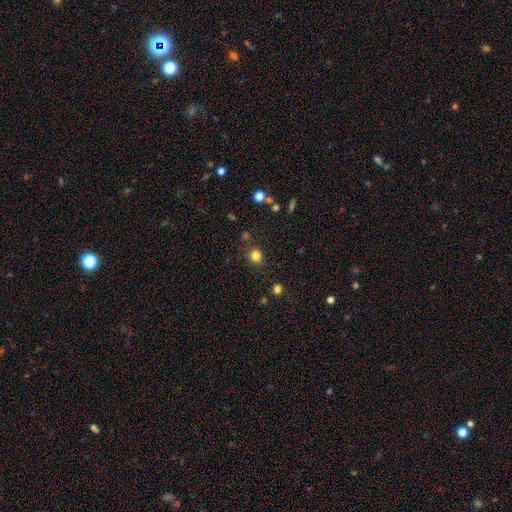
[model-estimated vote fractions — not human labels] Smooth or featured? Predicted: smooth (p=0.81). How rounded? Predicted: round (p=0.82). Merging? Predicted: none (p=0.83).